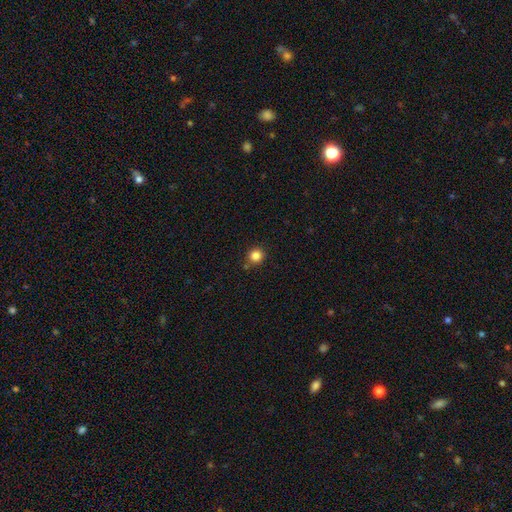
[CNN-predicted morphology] This appears to be a smooth galaxy with no disk features (84%) that is round (91%). Merging: none (84%).